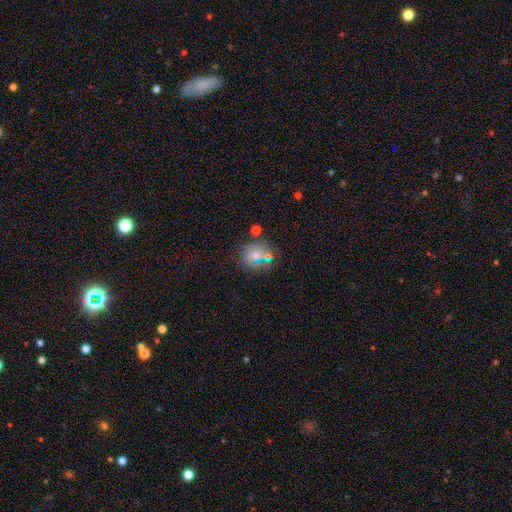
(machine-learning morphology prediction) This appears to be a smooth galaxy with no disk features (60%) that is round (82%). Merging: none (64%).